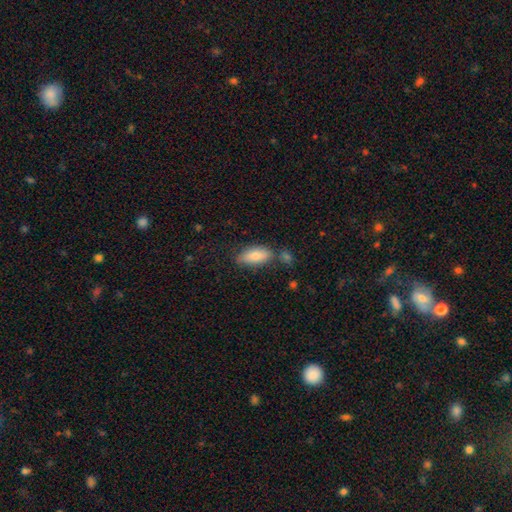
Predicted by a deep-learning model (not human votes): smooth 82%, featured or disk 12%, star or artifact 7%. Down the decision tree: how rounded — in between (88%); merging — none (68%).